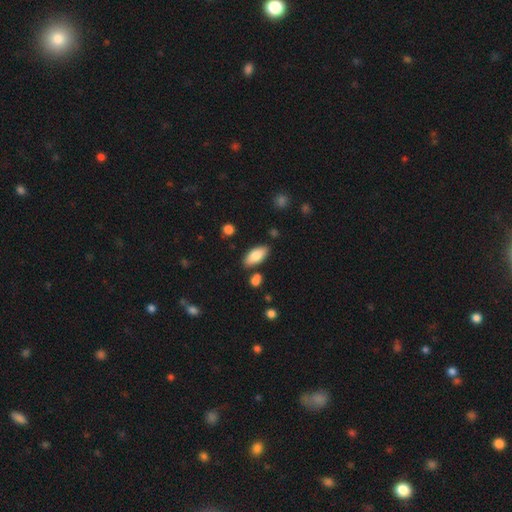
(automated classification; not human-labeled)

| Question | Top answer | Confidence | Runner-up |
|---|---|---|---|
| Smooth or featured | smooth | 79% | featured or disk (15%) |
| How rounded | in between | 85% | cigar-shaped (12%) |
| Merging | none | 82% | minor disturbance (11%) |